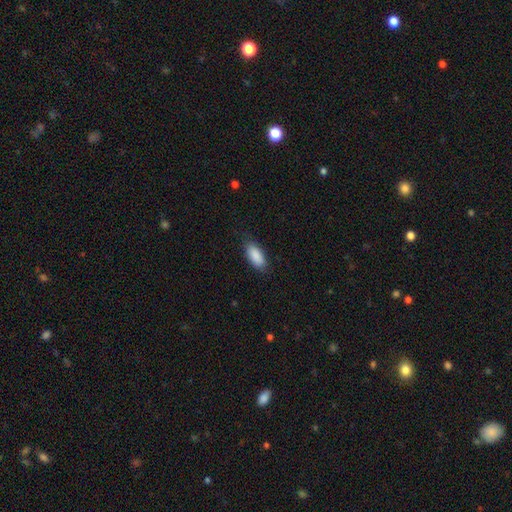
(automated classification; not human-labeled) Smooth or featured? Predicted: smooth (p=0.90). How rounded? Predicted: in between (p=0.87). Merging? Predicted: none (p=0.83).